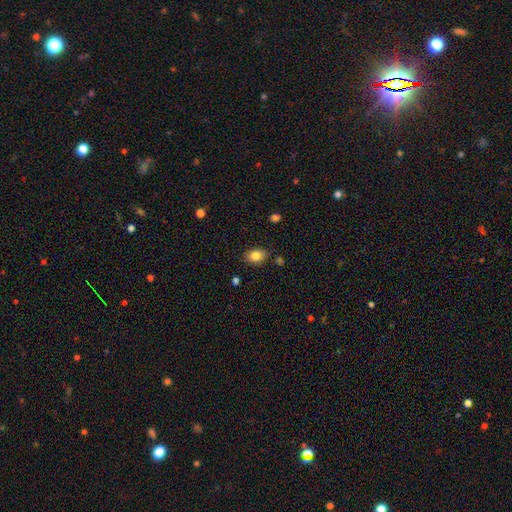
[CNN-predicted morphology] Smooth or featured? Predicted: smooth (p=0.83). How rounded? Predicted: in between (p=0.75). Merging? Predicted: none (p=0.81).